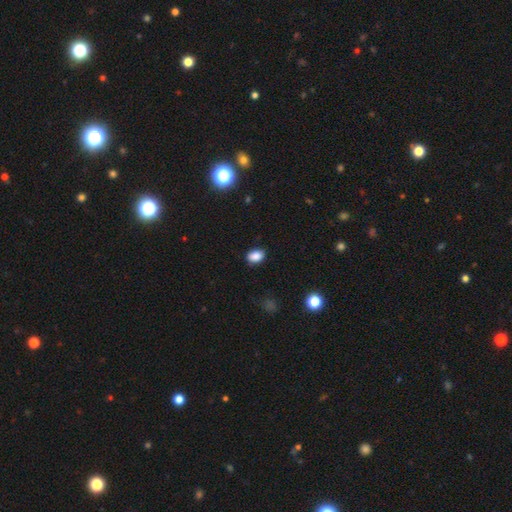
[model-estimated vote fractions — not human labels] Smooth or featured?
  - smooth: 86% *
  - star or artifact: 10%
  - featured or disk: 5%
How rounded?
  - in between: 81% *
  - round: 18%
  - cigar-shaped: 1%
Merging?
  - none: 83% *
  - minor disturbance: 13%
  - major disturbance: 3%
  - merger: 1%